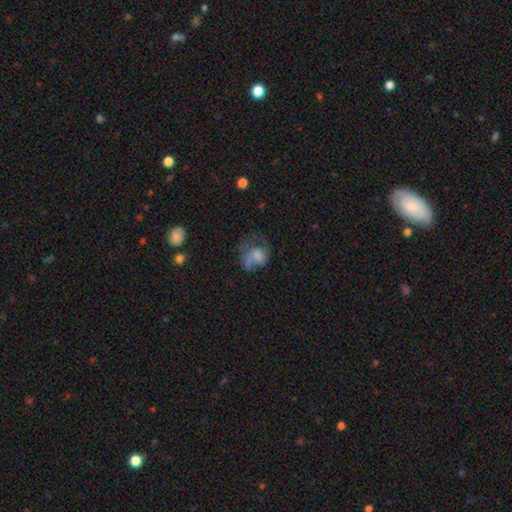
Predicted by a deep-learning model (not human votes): Smooth or featured?
  - smooth: 50% *
  - featured or disk: 39%
  - star or artifact: 11%
Merging?
  - major disturbance: 47% *
  - none: 27%
  - minor disturbance: 21%
  - merger: 4%